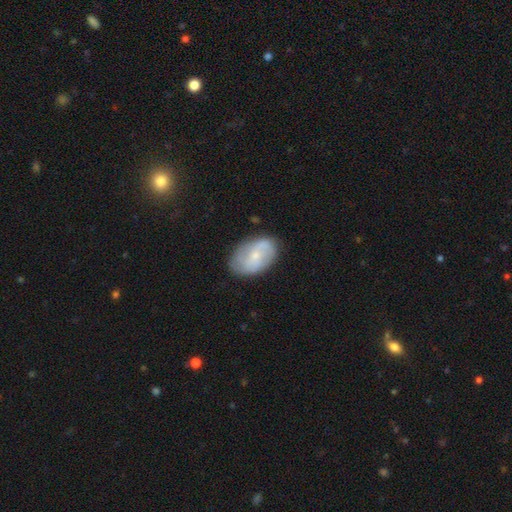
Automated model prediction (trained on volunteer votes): This is likely a featured or disk galaxy (61%). It is clearly not viewed edge-on (96%). Bar: possibly no (58%). Spiral arm pattern: clearly yes (84%). Central bulge: likely small (71%). Merging: likely none (77%).